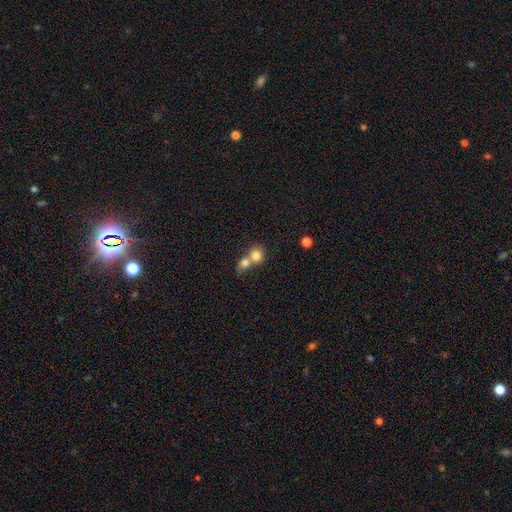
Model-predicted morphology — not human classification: A smooth galaxy with no disk features (78%) that is round (77%). Merging: merger (66%).